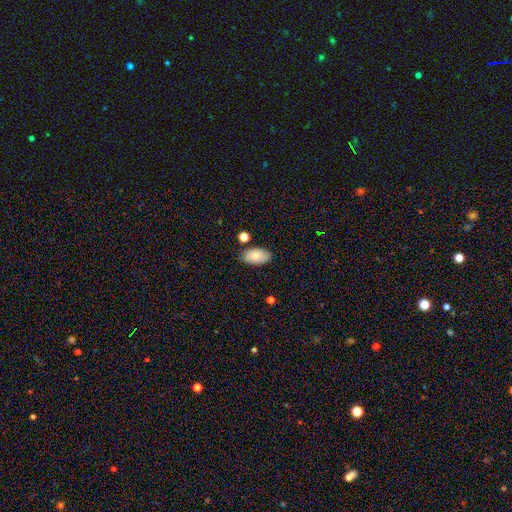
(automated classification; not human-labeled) Overall: smooth (76%). How rounded: in between (94%). Merging: none (78%).